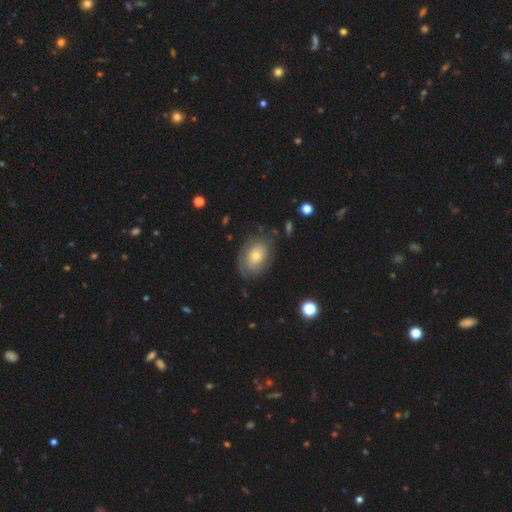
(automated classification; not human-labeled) A featured or disk galaxy (54%) with no bar (83%), spiral arms (73%) and a small central bulge (52%). Merging: none (70%).